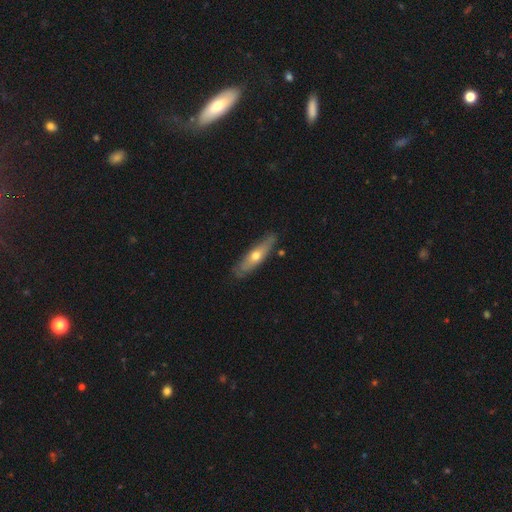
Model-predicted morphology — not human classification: type=featured or disk (49%); merging=none (83%).